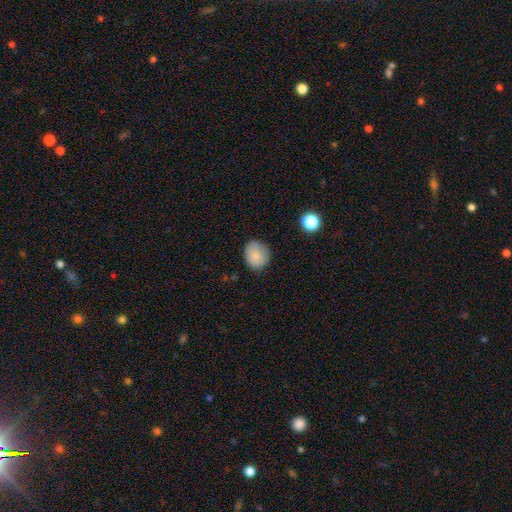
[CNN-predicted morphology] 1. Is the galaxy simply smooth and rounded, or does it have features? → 83% smooth, 9% star or artifact, 9% featured or disk.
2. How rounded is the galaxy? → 65% round, 34% in between, 1% cigar-shaped.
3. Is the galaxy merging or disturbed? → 79% none, 16% minor disturbance, 3% major disturbance, 1% merger.